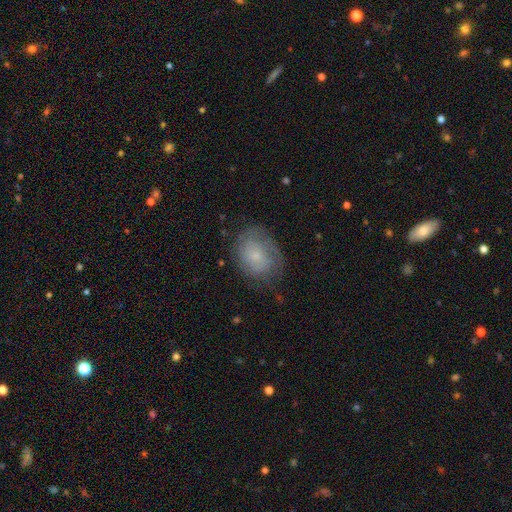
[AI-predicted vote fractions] Q: Smooth or featured?
A: smooth (50%); runner-up: featured or disk (42%)
Q: Merging?
A: none (60%); runner-up: minor disturbance (26%)